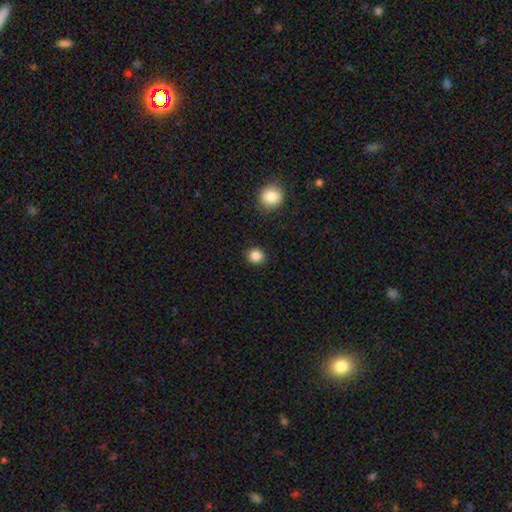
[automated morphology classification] smooth-or-featured: smooth: 86% | star or artifact: 11% | featured or disk: 3%
  how-rounded: round: 86% | in between: 13% | cigar-shaped: 1%
  merging: none: 91% | minor disturbance: 6% | major disturbance: 2% | merger: 1%